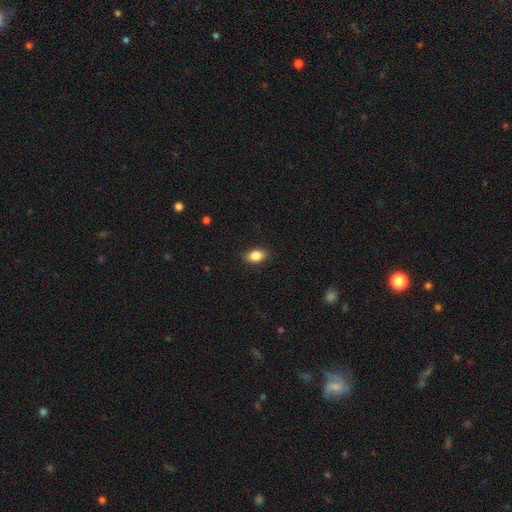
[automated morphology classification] Smooth or featured?
  - smooth: 86% *
  - star or artifact: 8%
  - featured or disk: 6%
How rounded?
  - in between: 84% *
  - round: 14%
  - cigar-shaped: 2%
Merging?
  - none: 88% *
  - minor disturbance: 9%
  - major disturbance: 2%
  - merger: 1%